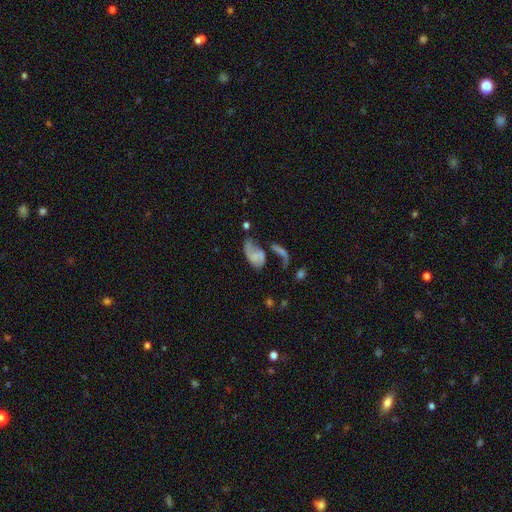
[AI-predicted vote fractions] featured or disk 49%, smooth 39%, star or artifact 11%. Down the decision tree: merging — major disturbance (33%).